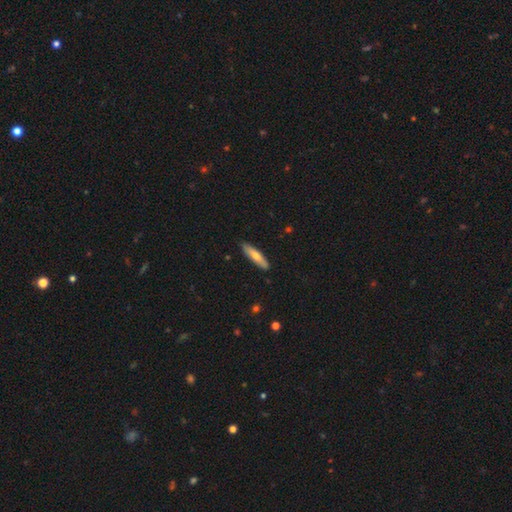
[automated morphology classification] Overall: smooth (65%; featured or disk 30%). How rounded: cigar-shaped (80%). Merging: none (88%).